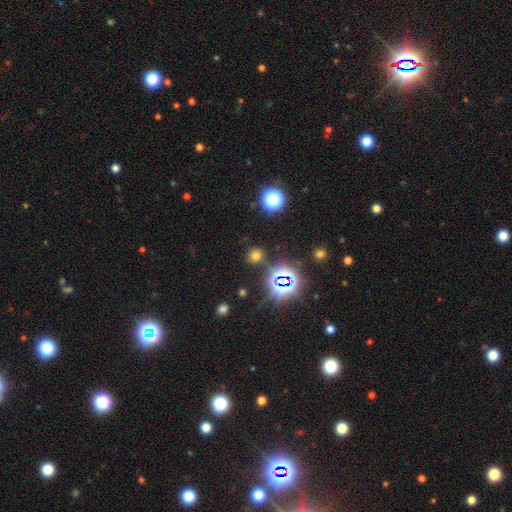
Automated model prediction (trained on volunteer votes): This appears to be a smooth galaxy with no disk features (60%) that is round (82%). Merging: none (84%).